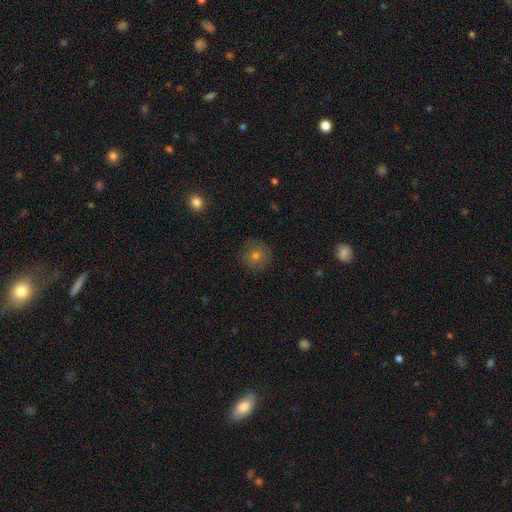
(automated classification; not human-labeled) This appears to be a smooth galaxy with no disk features (65%) that is round (94%). Merging: none (87%).